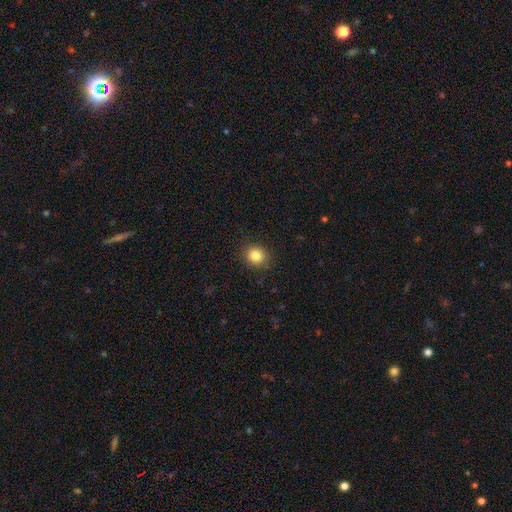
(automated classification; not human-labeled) smooth 85%, star or artifact 11%, featured or disk 5%. Down the decision tree: how rounded — round (81%); merging — none (89%).